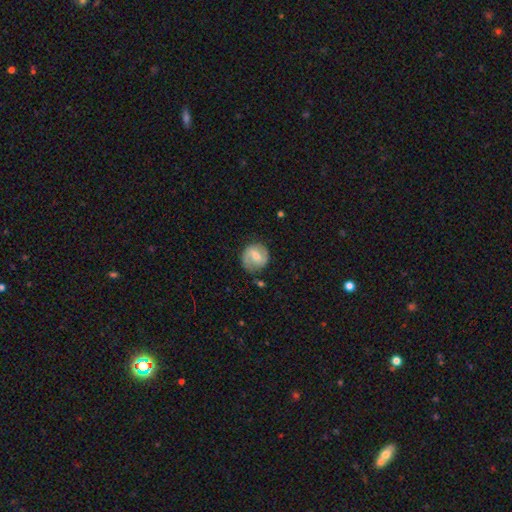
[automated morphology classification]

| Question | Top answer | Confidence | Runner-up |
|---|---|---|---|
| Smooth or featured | featured or disk | 59% | smooth (35%) |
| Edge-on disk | no | 97% | yes (3%) |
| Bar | weak | 51% | strong (29%) |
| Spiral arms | yes | 79% | no (21%) |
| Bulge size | moderate | 59% | small (34%) |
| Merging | none | 75% | minor disturbance (17%) |